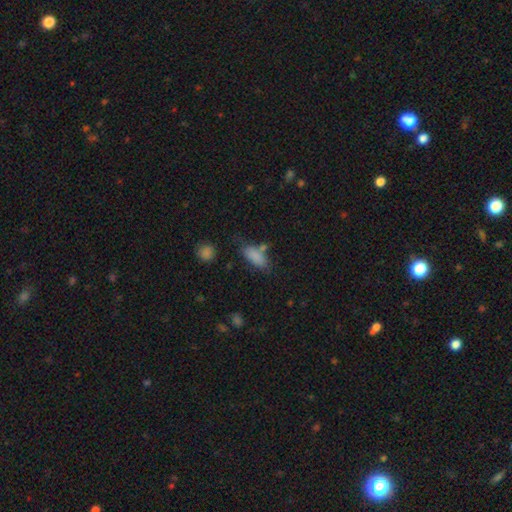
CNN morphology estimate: A smooth galaxy with no disk features (84%) that is in between round and cigar-shaped (81%). Merging: none (58%).